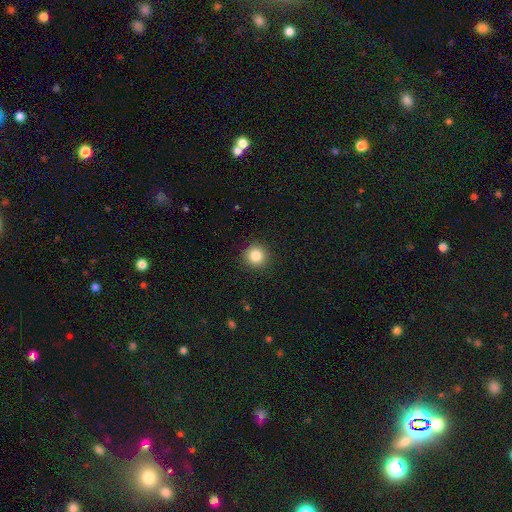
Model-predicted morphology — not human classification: This appears to be a smooth galaxy with no disk features (84%) that is round (94%). Merging: none (92%).